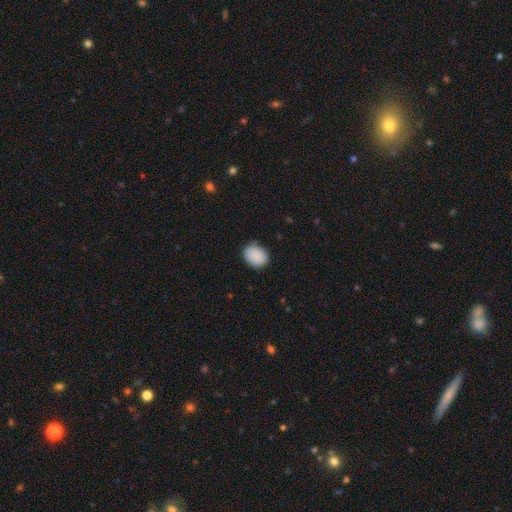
Overall: smooth (90%). How rounded: in between (67%; round 33%). Merging: none (78%).